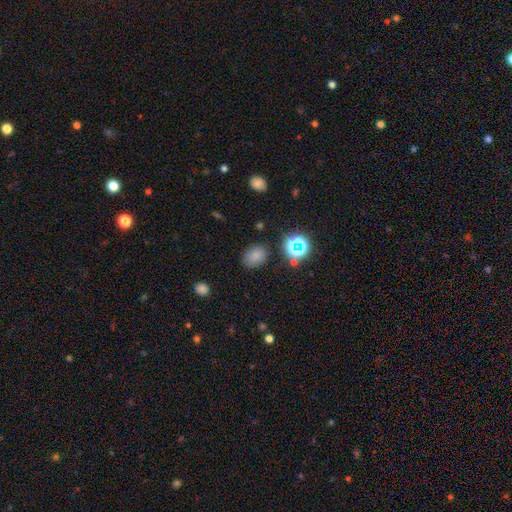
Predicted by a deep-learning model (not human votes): Smooth or featured?
  - smooth: 76% *
  - star or artifact: 17%
  - featured or disk: 6%
How rounded?
  - in between: 57% *
  - round: 42%
  - cigar-shaped: 1%
Merging?
  - none: 79% *
  - minor disturbance: 13%
  - major disturbance: 4%
  - merger: 3%